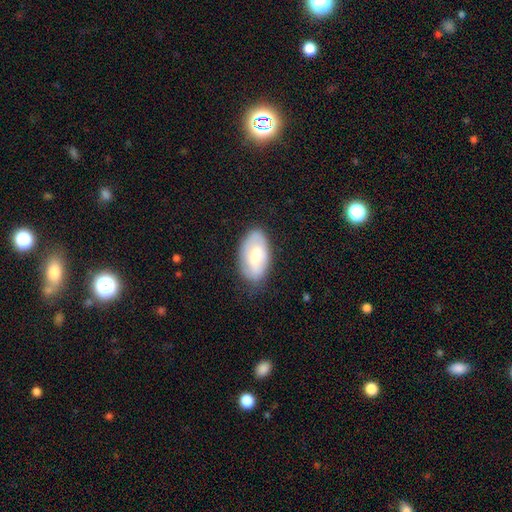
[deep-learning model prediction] The model was most divided on "smooth or featured": smooth: 58%, featured or disk: 36%, star or artifact: 6%. More confident: how rounded — in between (95%); merging — none (75%).